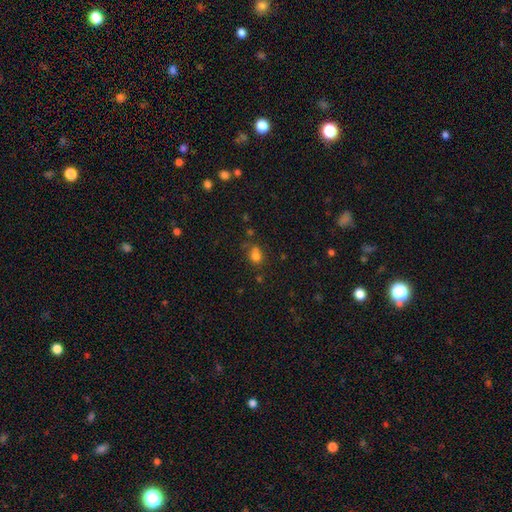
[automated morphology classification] Smooth or featured? Predicted: smooth (p=0.77). How rounded? Predicted: round (p=0.54). Merging? Predicted: none (p=0.60).